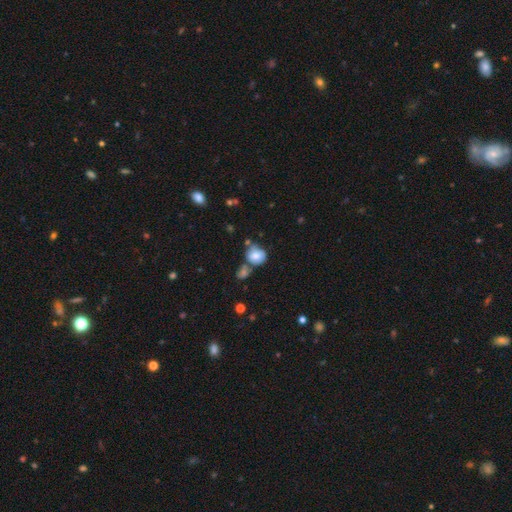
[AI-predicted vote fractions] smooth-or-featured: smooth: 74% | featured or disk: 17% | star or artifact: 9%
  how-rounded: round: 67% | in between: 32% | cigar-shaped: 1%
  merging: none: 41% | merger: 33% | minor disturbance: 18% | major disturbance: 8%